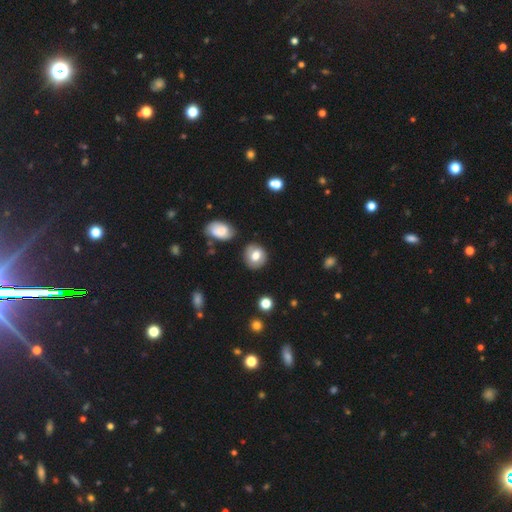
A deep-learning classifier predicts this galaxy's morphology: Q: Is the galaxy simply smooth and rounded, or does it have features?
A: smooth — 67%.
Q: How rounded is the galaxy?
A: round — 71%.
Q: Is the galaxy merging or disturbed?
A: none — 77%.